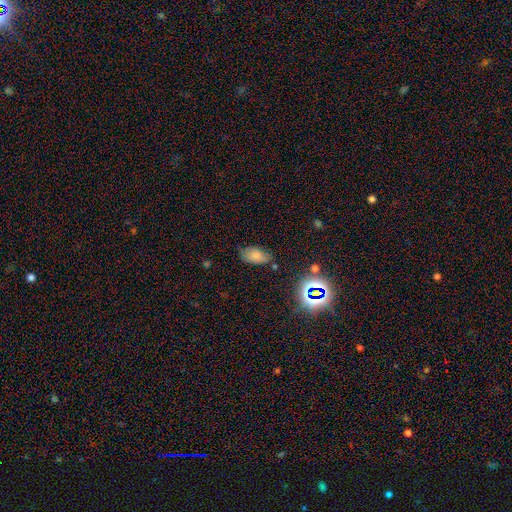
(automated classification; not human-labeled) Smooth or featured? Predicted: smooth (p=0.73). How rounded? Predicted: in between (p=0.92). Merging? Predicted: none (p=0.69).